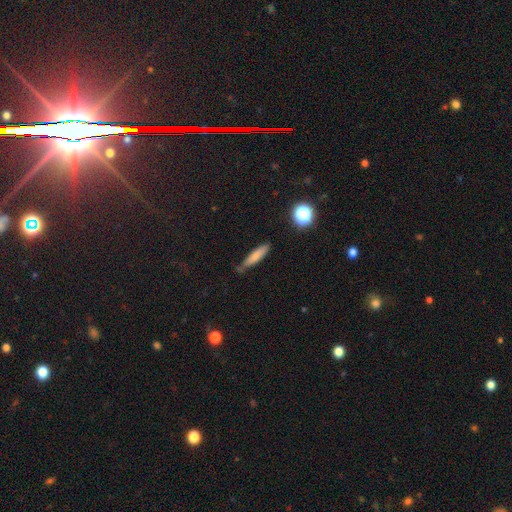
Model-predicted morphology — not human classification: Smooth or featured? smooth (76%)
How rounded? cigar-shaped (80%)
Merging? none (67%)